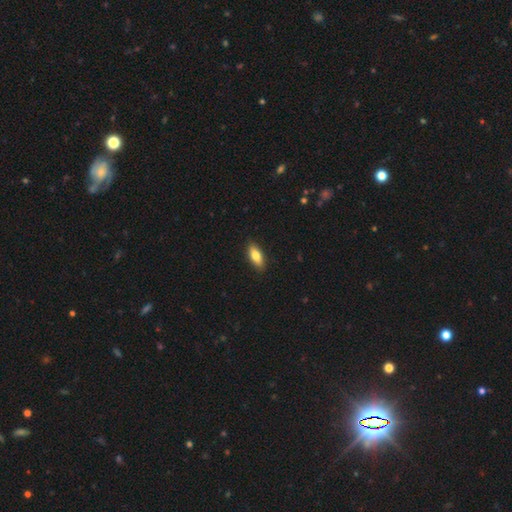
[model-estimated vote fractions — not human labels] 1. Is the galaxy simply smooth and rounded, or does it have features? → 78% smooth, 16% featured or disk, 6% star or artifact.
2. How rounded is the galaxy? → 76% in between, 21% cigar-shaped, 3% round.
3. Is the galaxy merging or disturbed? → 89% none, 9% minor disturbance, 2% major disturbance, 1% merger.